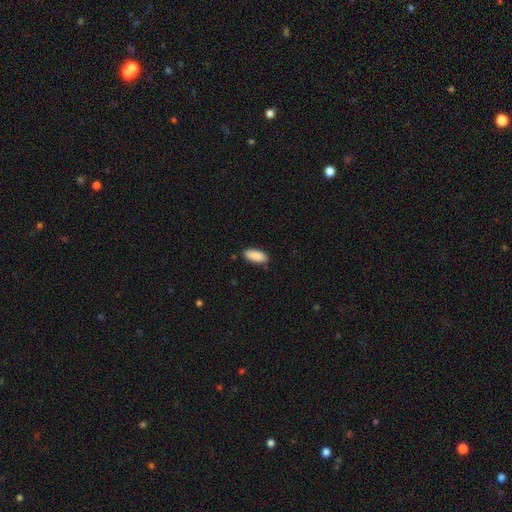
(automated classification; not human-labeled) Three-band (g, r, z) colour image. It shows a smooth galaxy with no disk features (89%) that is in between round and cigar-shaped (82%). Merging: none (86%).